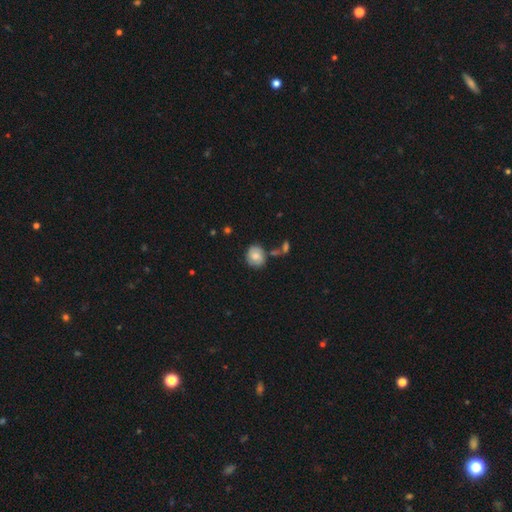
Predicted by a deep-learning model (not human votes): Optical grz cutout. It shows a smooth galaxy with no disk features (64%) that is round (71%). Merging: none (67%).